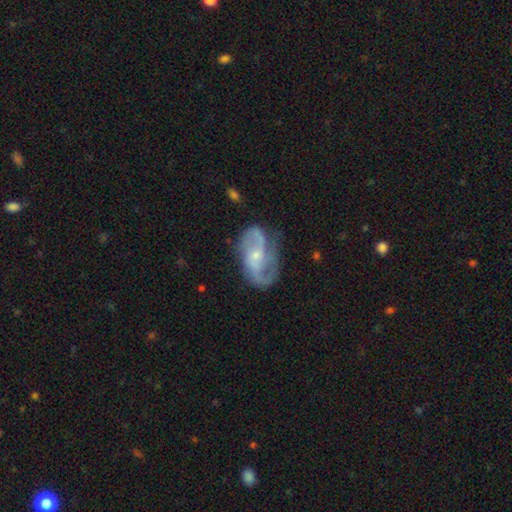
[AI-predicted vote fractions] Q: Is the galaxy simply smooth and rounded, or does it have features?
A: featured or disk — 84%.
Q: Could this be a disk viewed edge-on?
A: no — 97%.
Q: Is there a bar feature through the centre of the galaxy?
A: no — 54%.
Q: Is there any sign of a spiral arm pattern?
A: yes — 95%.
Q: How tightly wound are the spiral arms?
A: medium — 46%.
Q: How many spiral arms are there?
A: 2 — 81%.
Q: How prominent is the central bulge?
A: small — 63%.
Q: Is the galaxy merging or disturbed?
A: none — 64%.